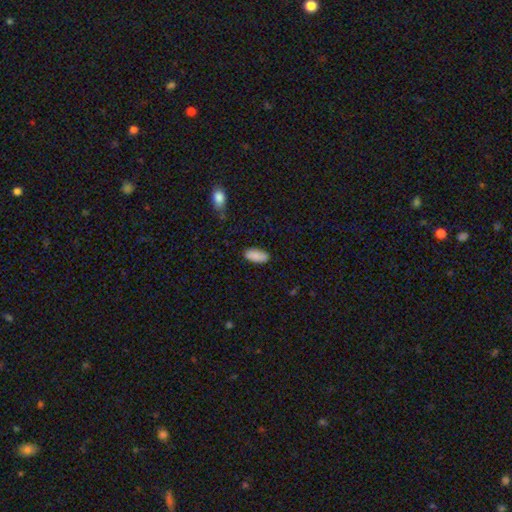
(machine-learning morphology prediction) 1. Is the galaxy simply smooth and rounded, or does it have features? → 89% smooth, 7% star or artifact, 5% featured or disk.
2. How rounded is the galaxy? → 91% in between, 7% cigar-shaped, 2% round.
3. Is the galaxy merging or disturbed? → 83% none, 13% minor disturbance, 2% major disturbance, 1% merger.